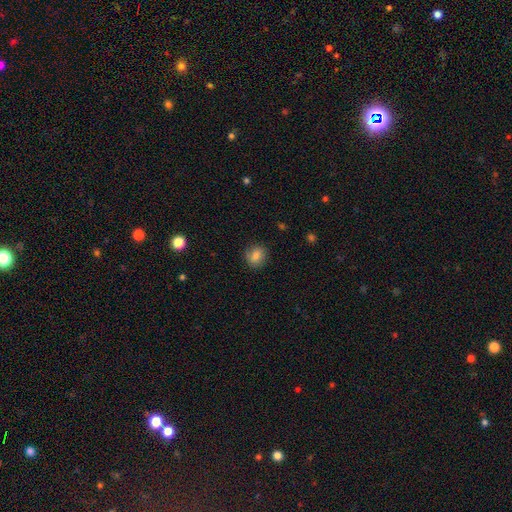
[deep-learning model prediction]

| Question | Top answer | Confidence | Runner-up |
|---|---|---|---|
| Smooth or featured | smooth | 81% | star or artifact (10%) |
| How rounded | round | 77% | in between (22%) |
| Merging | none | 83% | minor disturbance (13%) |